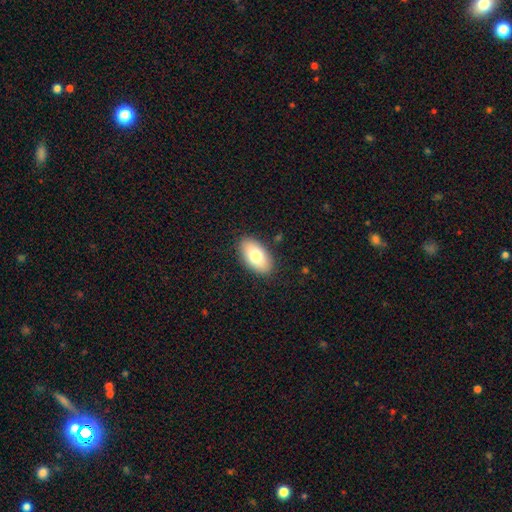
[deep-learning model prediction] smooth 76%, featured or disk 17%, star or artifact 7%. Down the decision tree: how rounded — in between (94%); merging — none (88%).